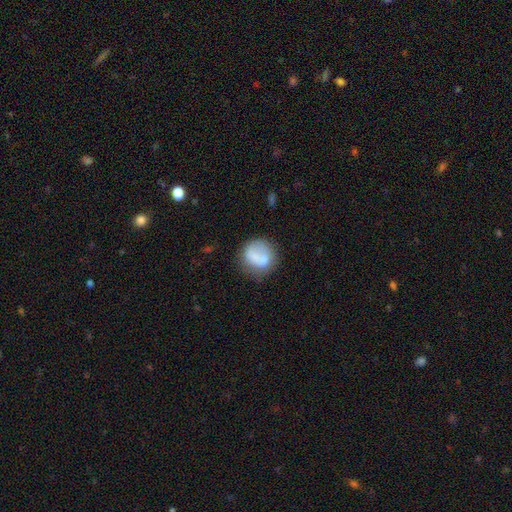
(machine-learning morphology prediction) A smooth galaxy with no disk features (68%) that is round (83%). Merging: none (49%).